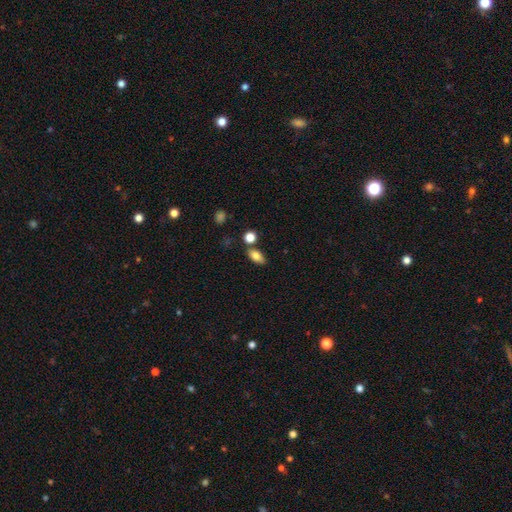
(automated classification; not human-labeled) Morphology: type=smooth (80%); roundness=in between (86%); merging=none (75%).